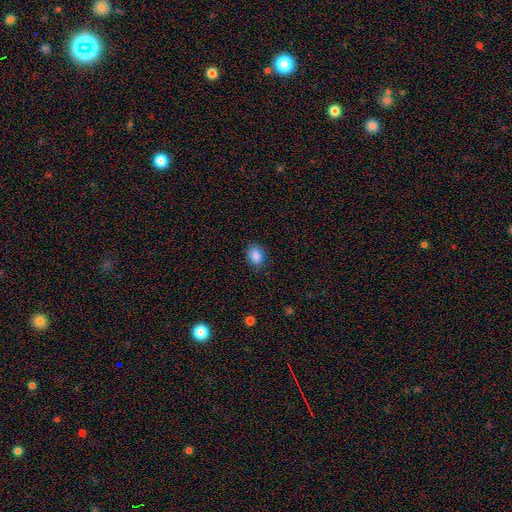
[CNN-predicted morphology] Q: Smooth or featured?
A: smooth (87%); runner-up: star or artifact (9%)
Q: How rounded?
A: in between (68%); runner-up: round (31%)
Q: Merging?
A: none (83%); runner-up: minor disturbance (13%)